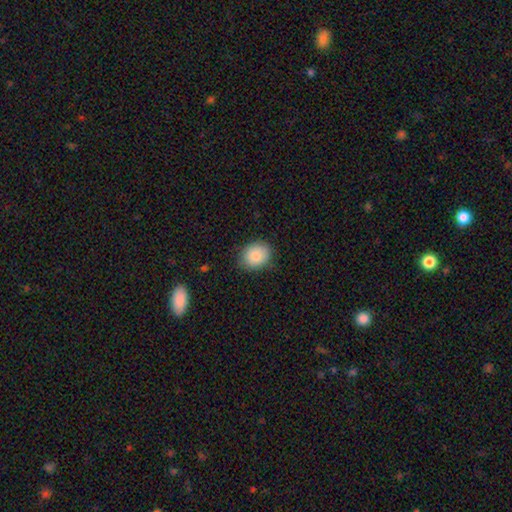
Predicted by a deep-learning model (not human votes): This is clearly a smooth galaxy (84%). How rounded: possibly round (55%). Merging: clearly none (84%).